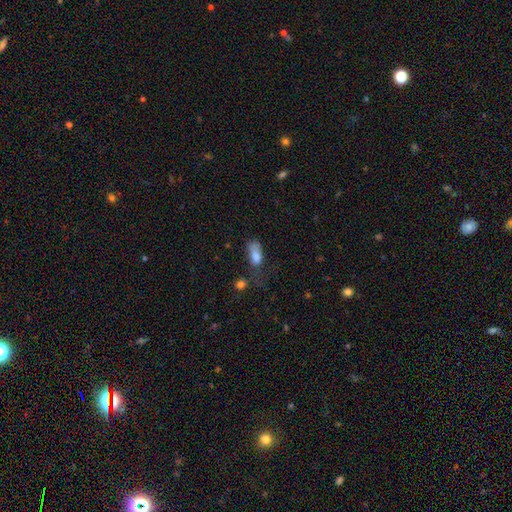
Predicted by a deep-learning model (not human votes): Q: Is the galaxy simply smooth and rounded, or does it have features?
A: smooth — 79%.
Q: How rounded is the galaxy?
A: in between — 86%.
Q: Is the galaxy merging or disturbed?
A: major disturbance — 38%.